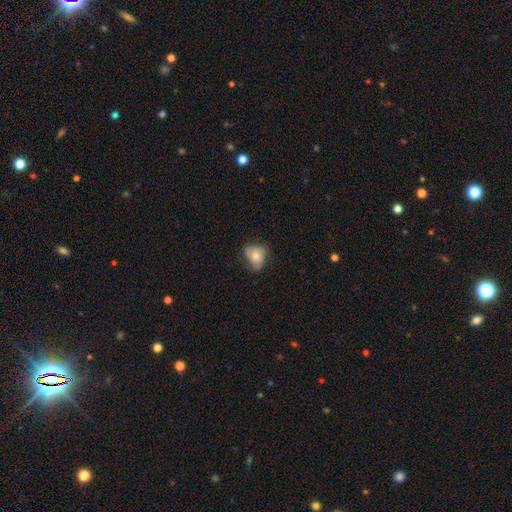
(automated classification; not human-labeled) Smooth or featured? Predicted: smooth (p=0.64). How rounded? Predicted: in between (p=0.55). Merging? Predicted: none (p=0.52).